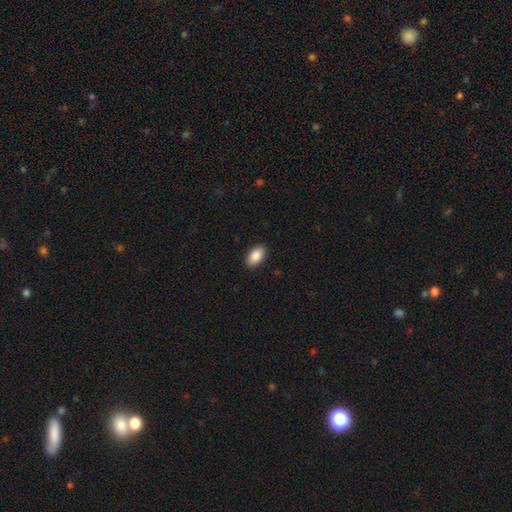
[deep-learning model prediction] This is clearly a smooth galaxy (88%). How rounded: clearly in between (94%). Merging: clearly none (89%).